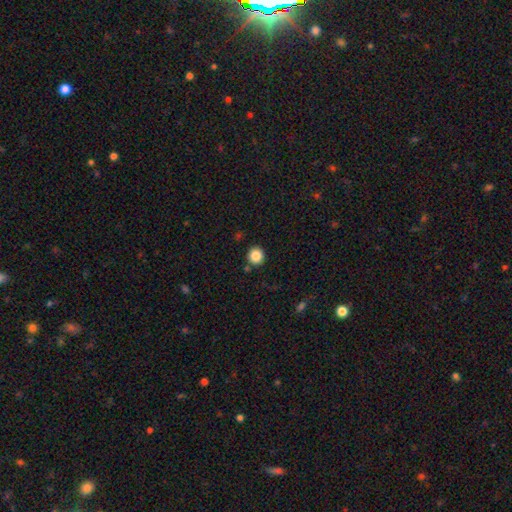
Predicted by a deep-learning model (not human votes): Q: Smooth or featured?
A: smooth (86%); runner-up: star or artifact (10%)
Q: How rounded?
A: round (92%); runner-up: in between (7%)
Q: Merging?
A: none (88%); runner-up: minor disturbance (6%)